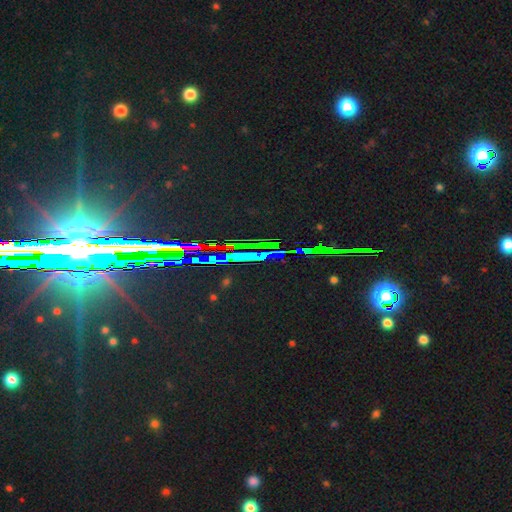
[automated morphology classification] Smooth or featured?
  - star or artifact: 85% *
  - featured or disk: 8%
  - smooth: 7%